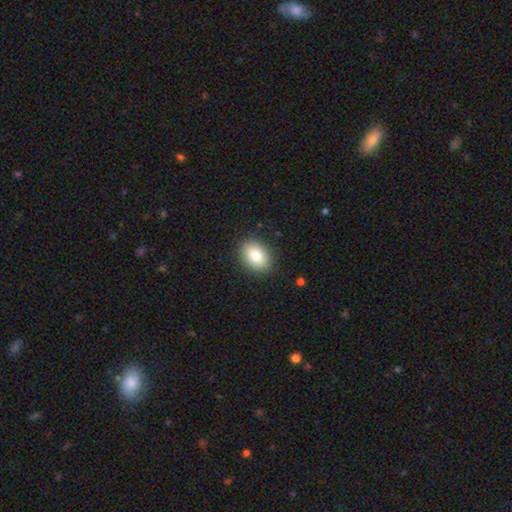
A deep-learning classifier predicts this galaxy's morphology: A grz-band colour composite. It shows a smooth galaxy with no disk features (82%) that is in between round and cigar-shaped (74%). Merging: none (88%).